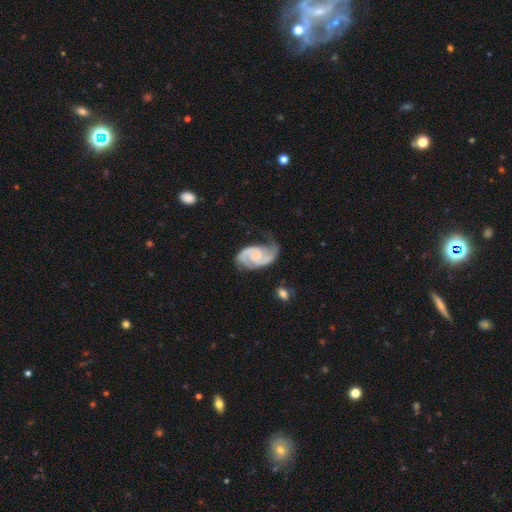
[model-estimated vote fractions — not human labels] smooth-or-featured: featured or disk: 85% | smooth: 10% | star or artifact: 5%
  disk-edge-on: no: 97% | yes: 3%
    bar: no: 57% | weak: 36% | strong: 7%
    has-spiral-arms: yes: 97% | no: 3%
      spiral-winding: medium: 45% | tight: 39% | loose: 15%
      spiral-arm-count: 2: 84% | can't tell: 6% | 1: 5% | 3: 3% | 4: 1% | more than 4: 1%
    bulge-size: small: 52% | moderate: 27% | none: 17% | large: 3% | dominant: 1%
  merging: none: 50% | minor disturbance: 28% | major disturbance: 19% | merger: 3%